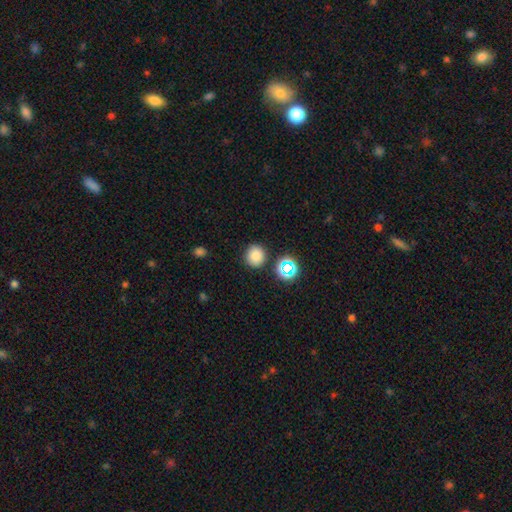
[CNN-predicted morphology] The model was most divided on "smooth or featured": smooth: 80%, star or artifact: 15%, featured or disk: 5%. More confident: how rounded — round (87%); merging — none (85%).